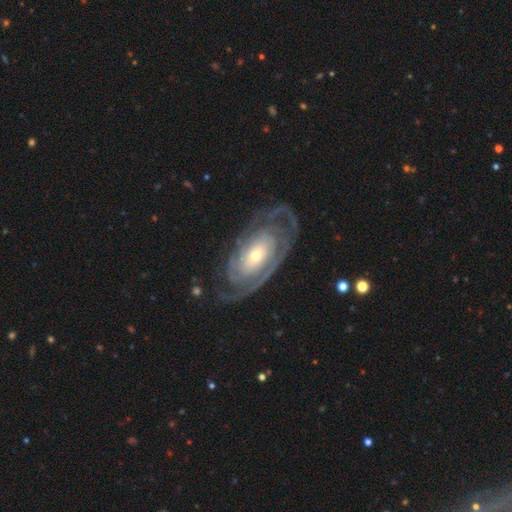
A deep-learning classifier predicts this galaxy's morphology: Smooth or featured: featured or disk — 87% (smooth — 8%)
Edge-on disk: no — 95% (yes — 5%)
Bar: no — 72% (weak — 19%)
Spiral arms: yes — 94% (no — 6%)
Spiral winding: tight — 73% (medium — 21%)
Spiral arm count: 2 — 40% (can't tell — 29%)
Bulge size: small — 51% (moderate — 42%)
Merging: none — 73% (minor disturbance — 16%)